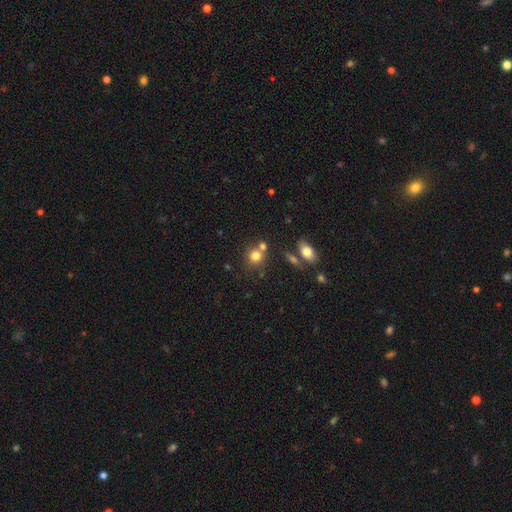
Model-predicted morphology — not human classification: Smooth or featured: smooth — 78% (star or artifact — 13%)
How rounded: round — 83% (in between — 16%)
Merging: none — 58% (merger — 28%)